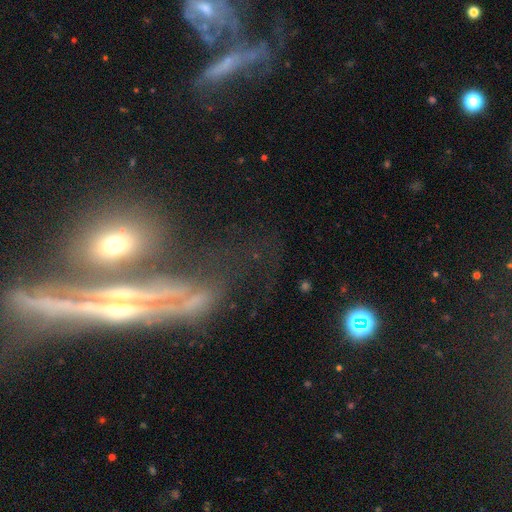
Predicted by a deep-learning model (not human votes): Smooth or featured: featured or disk — 50% (smooth — 26%)
Edge-on disk: no — 56% (yes — 44%)
Merging: none — 51% (minor disturbance — 17%)